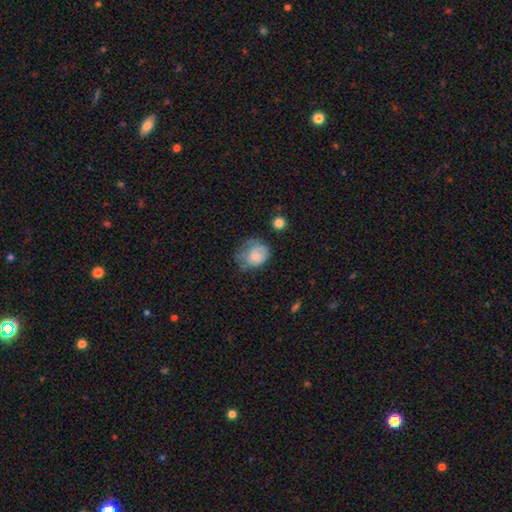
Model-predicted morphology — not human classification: Smooth or featured? smooth (71%)
How rounded? round (57%)
Merging? none (36%)